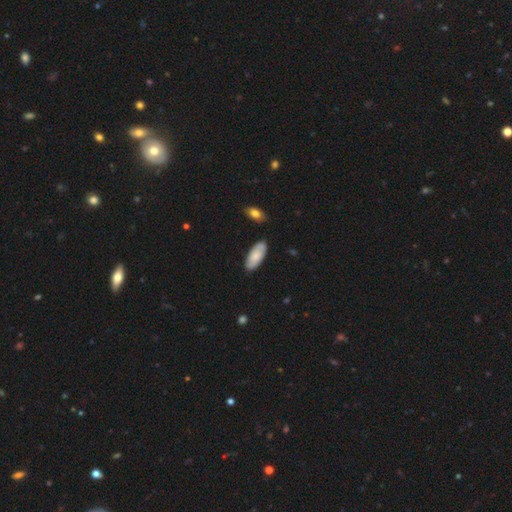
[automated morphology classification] Q: Smooth or featured?
A: smooth (77%); runner-up: featured or disk (17%)
Q: How rounded?
A: in between (87%); runner-up: cigar-shaped (12%)
Q: Merging?
A: none (83%); runner-up: minor disturbance (13%)